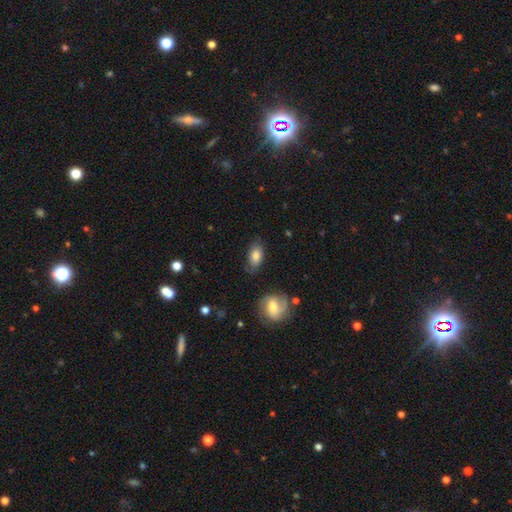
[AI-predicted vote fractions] Smooth or featured? Predicted: smooth (p=0.78). How rounded? Predicted: in between (p=0.90). Merging? Predicted: none (p=0.73).